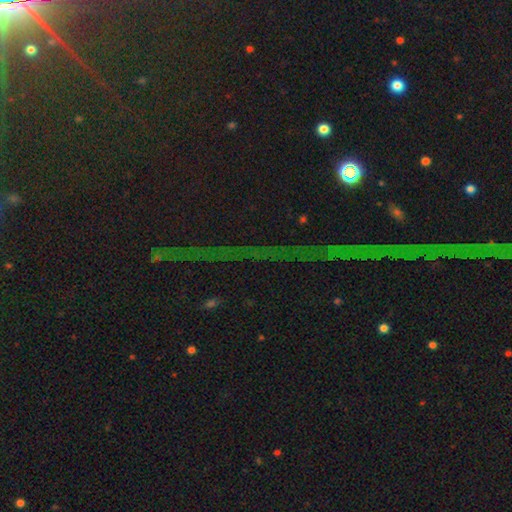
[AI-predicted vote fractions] Smooth or featured: star or artifact — 83% (featured or disk — 9%)